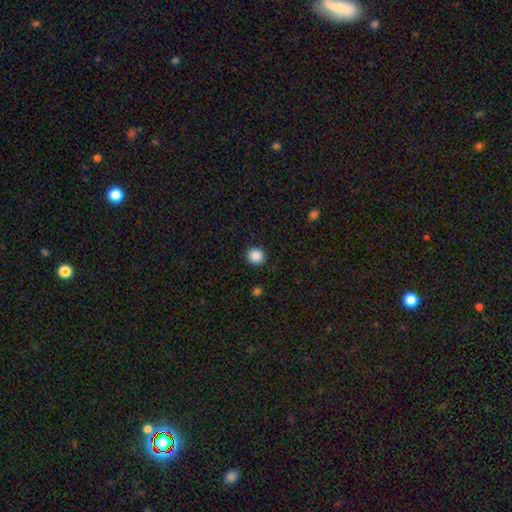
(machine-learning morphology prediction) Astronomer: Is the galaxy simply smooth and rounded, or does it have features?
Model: smooth — 88%.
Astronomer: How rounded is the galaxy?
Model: round — 87%.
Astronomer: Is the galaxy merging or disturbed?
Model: none — 91%.